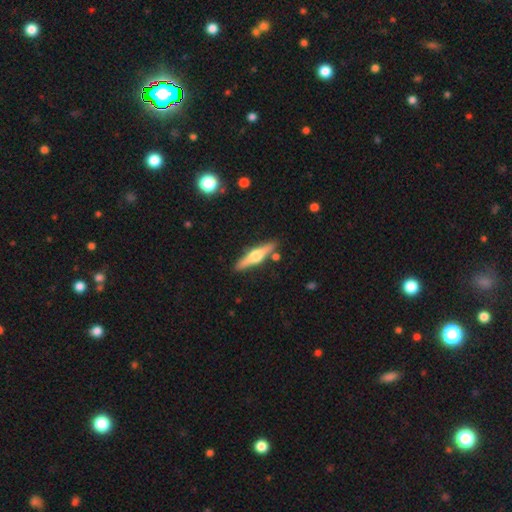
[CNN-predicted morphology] smooth-or-featured: featured or disk: 68% | smooth: 27% | star or artifact: 5%
  disk-edge-on: yes: 97% | no: 3%
    edge-on-bulge: rounded: 94% | boxy: 4% | none: 2%
  merging: none: 87% | minor disturbance: 8% | merger: 4% | major disturbance: 2%